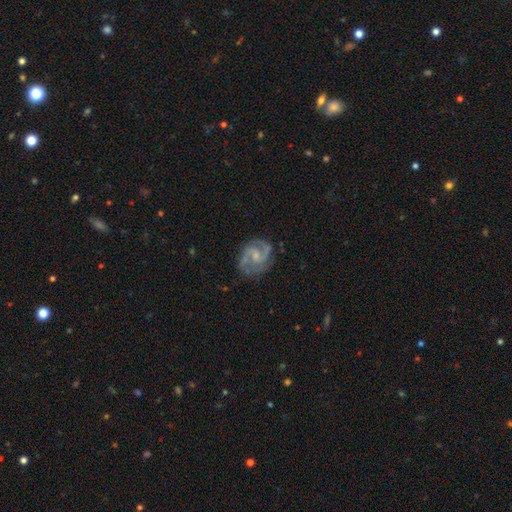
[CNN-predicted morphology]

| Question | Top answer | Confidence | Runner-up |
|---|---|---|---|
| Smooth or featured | featured or disk | 88% | smooth (7%) |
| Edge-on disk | no | 98% | yes (2%) |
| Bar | weak | 49% | no (42%) |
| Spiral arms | yes | 97% | no (3%) |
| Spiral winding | medium | 57% | tight (26%) |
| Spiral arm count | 2 | 75% | 3 (12%) |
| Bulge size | small | 54% | moderate (30%) |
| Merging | none | 73% | minor disturbance (18%) |